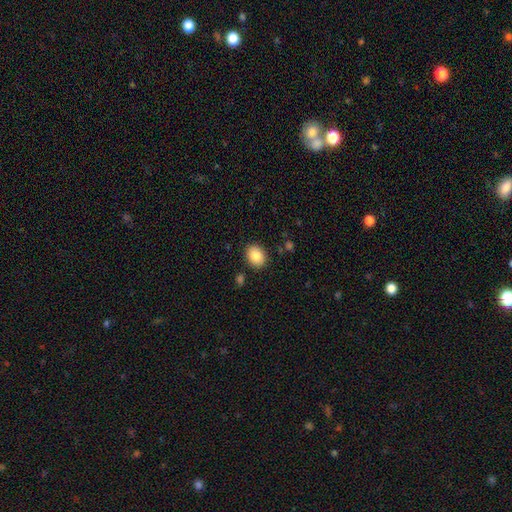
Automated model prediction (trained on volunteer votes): Smooth or featured?
  - smooth: 86% *
  - star or artifact: 8%
  - featured or disk: 6%
How rounded?
  - in between: 52% *
  - round: 47%
  - cigar-shaped: 1%
Merging?
  - none: 87% *
  - minor disturbance: 8%
  - major disturbance: 2%
  - merger: 2%